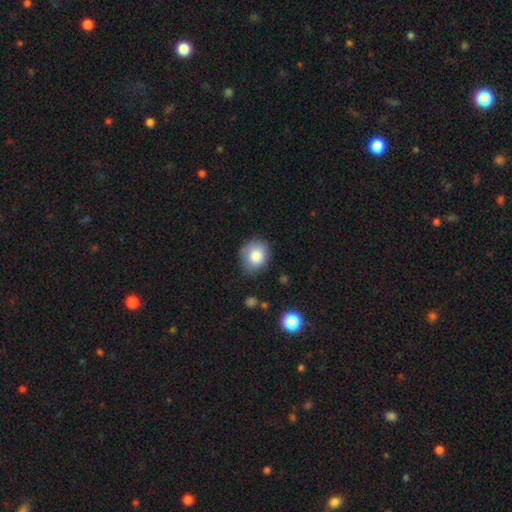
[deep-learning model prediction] smooth 84%, star or artifact 8%, featured or disk 8%. Down the decision tree: how rounded — round (67%); merging — none (76%).